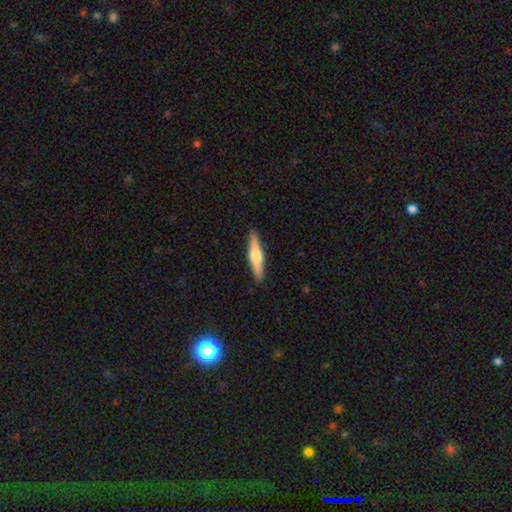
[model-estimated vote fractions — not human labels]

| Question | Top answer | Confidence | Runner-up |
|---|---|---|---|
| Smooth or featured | featured or disk | 49% | smooth (45%) |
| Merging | none | 91% | minor disturbance (7%) |